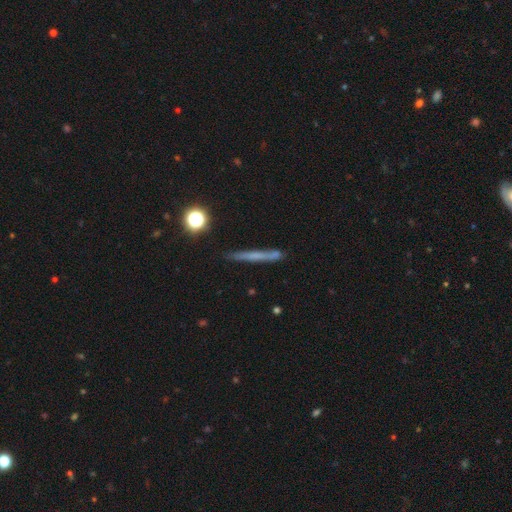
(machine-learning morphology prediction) A smooth galaxy with no disk features (51%) that is cigar-shaped (93%).

Vote fractions:
- Smooth or featured? smooth: 51% / featured or disk: 39% / star or artifact: 11%
- How rounded? cigar-shaped: 93% / round: 3% / in between: 3%
- Merging? none: 82% / minor disturbance: 12% / merger: 3% / major disturbance: 3%